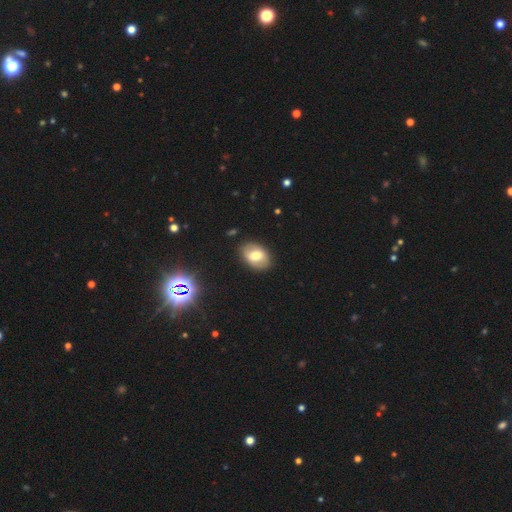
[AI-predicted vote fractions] smooth_or_featured: smooth (p=0.63) [alt: featured or disk p=0.28]
how_rounded: in between (p=0.78) [alt: round p=0.21]
merging: none (p=0.86) [alt: minor disturbance p=0.09]